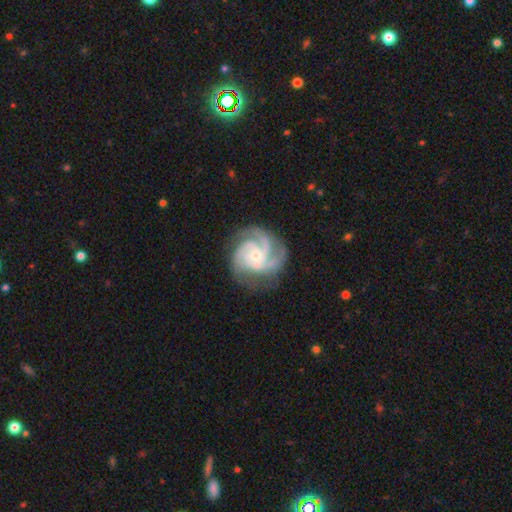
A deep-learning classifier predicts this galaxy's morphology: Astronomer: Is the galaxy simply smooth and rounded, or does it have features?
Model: featured or disk — 91%.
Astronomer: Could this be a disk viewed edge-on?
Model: no — 98%.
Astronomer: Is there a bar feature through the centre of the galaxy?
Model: no — 71%.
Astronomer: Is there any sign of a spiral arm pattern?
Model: yes — 98%.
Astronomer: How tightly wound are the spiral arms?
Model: tight — 56% (runner-up: medium, 39%).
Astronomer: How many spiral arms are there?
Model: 3 — 64%.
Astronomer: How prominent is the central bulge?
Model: small — 63%.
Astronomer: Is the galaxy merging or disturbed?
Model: none — 73%.